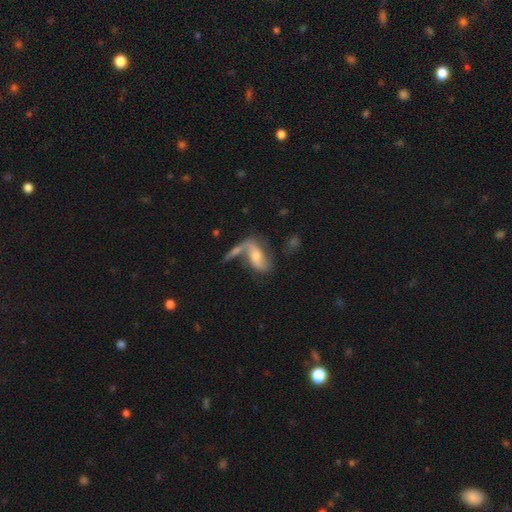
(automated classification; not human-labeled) Smooth or featured? featured or disk (63%)
Edge-on disk? no (89%)
Bar? no (52%)
Spiral arms? yes (80%)
Bulge size? moderate (50%)
Merging? none (35%)